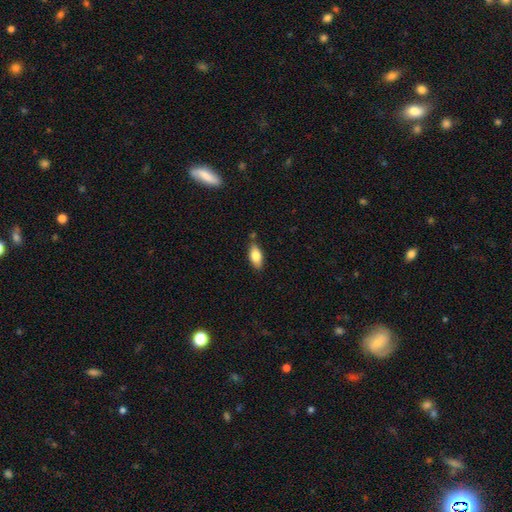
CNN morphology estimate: This is likely a smooth galaxy (79%). How rounded: clearly in between (86%). Merging: likely none (78%).